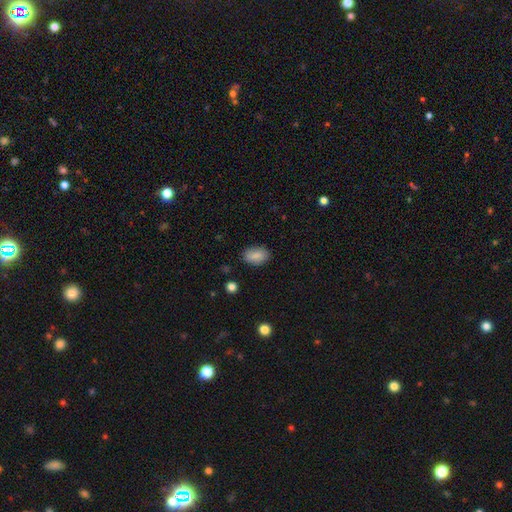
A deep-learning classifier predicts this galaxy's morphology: A smooth galaxy with no disk features (86%) that is in between round and cigar-shaped (90%). Merging: none (85%).